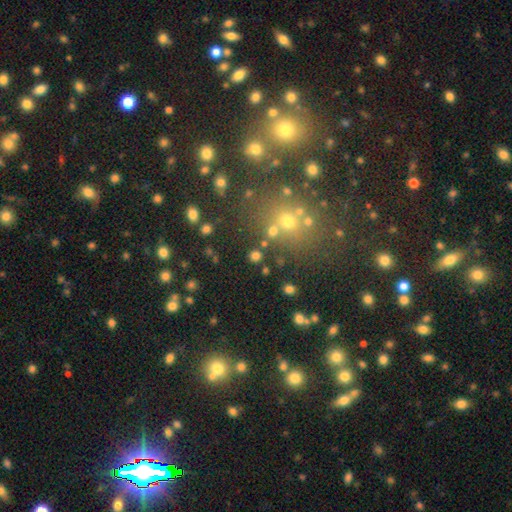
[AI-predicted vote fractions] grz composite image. It shows a smooth galaxy with no disk features (70%) that is round (88%). Merging: none (82%).